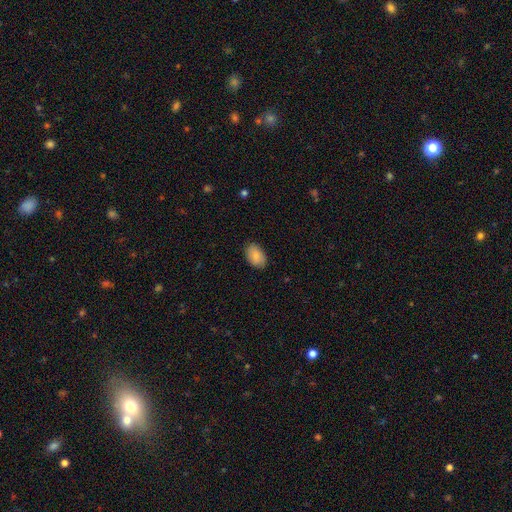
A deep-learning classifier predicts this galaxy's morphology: A smooth galaxy with no disk features (87%) that is in between round and cigar-shaped (91%).

Vote fractions:
- Smooth or featured? smooth: 87% / star or artifact: 6% / featured or disk: 6%
- How rounded? in between: 91% / round: 8% / cigar-shaped: 1%
- Merging? none: 87% / minor disturbance: 10% / major disturbance: 2% / merger: 1%